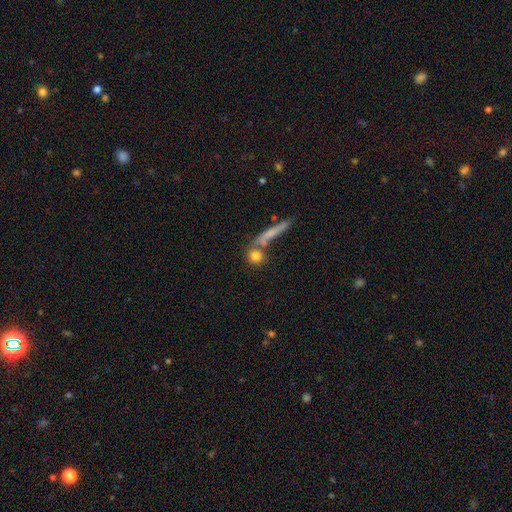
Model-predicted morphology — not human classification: The model was most divided on "merging": none: 63%, merger: 22%, minor disturbance: 10%, major disturbance: 5%. More confident: smooth or featured — smooth (77%); how rounded — round (73%).